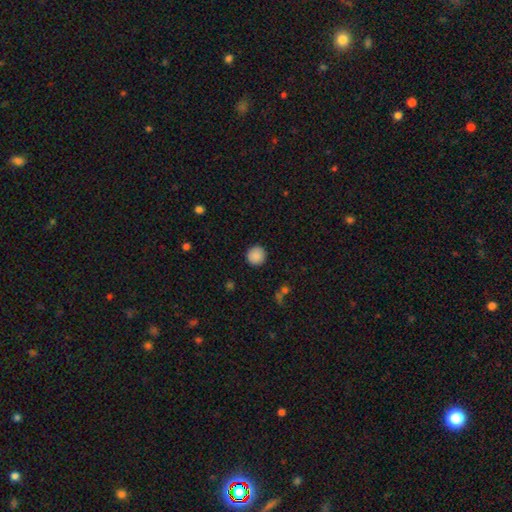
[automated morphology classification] Smooth or featured?
  - smooth: 89% *
  - star or artifact: 8%
  - featured or disk: 3%
How rounded?
  - round: 95% *
  - in between: 4%
  - cigar-shaped: 1%
Merging?
  - none: 92% *
  - minor disturbance: 5%
  - major disturbance: 2%
  - merger: 1%